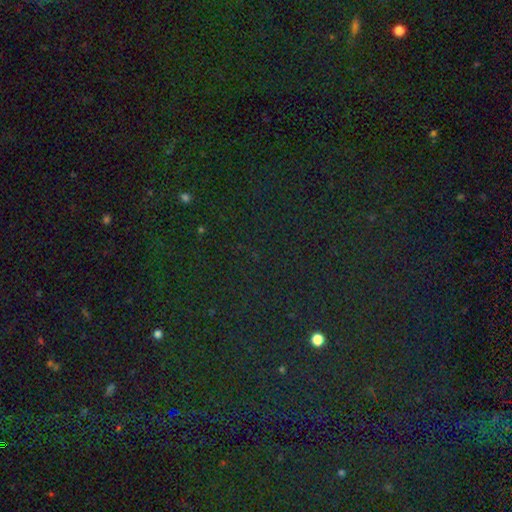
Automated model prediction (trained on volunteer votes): This appears to be a star or artifact, not a galaxy (80%).